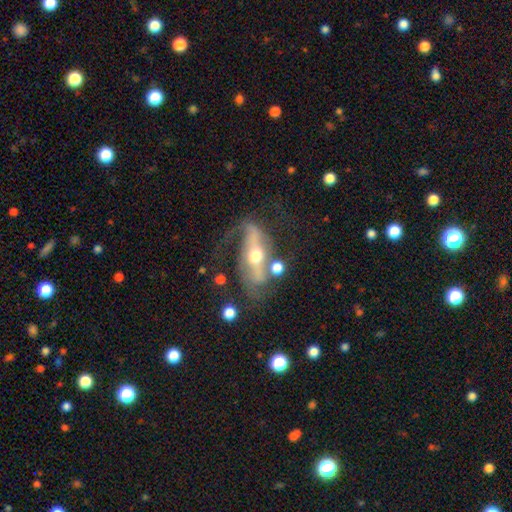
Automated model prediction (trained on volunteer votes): Smooth or featured?
  - featured or disk: 79% *
  - smooth: 14%
  - star or artifact: 7%
Edge-on disk?
  - no: 83% *
  - yes: 17%
Bar?
  - strong: 54% *
  - no: 23%
  - weak: 23%
Spiral arms?
  - yes: 79% *
  - no: 21%
Spiral winding?
  - loose: 62% *
  - medium: 28%
  - tight: 10%
Spiral arm count?
  - 2: 79% *
  - 1: 12%
  - can't tell: 6%
  - 3: 1%
  - 4: 1%
  - more than 4: 1%
Bulge size?
  - moderate: 70% *
  - small: 21%
  - large: 7%
  - dominant: 1%
  - none: 1%
Merging?
  - none: 48% *
  - major disturbance: 23%
  - minor disturbance: 18%
  - merger: 10%